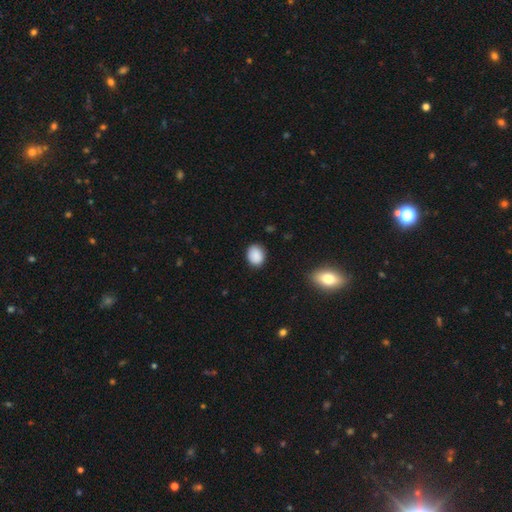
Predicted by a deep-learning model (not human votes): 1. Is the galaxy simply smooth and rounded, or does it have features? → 88% smooth, 8% star or artifact, 4% featured or disk.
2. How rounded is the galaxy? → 50% round, 49% in between, 1% cigar-shaped.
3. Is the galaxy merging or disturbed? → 84% none, 12% minor disturbance, 3% major disturbance, 1% merger.